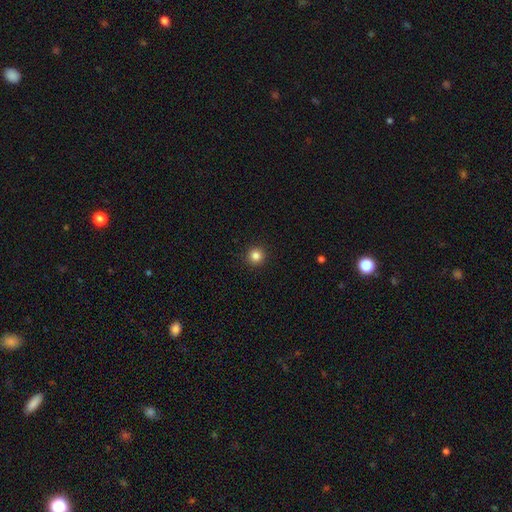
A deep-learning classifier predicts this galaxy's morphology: Smooth or featured? smooth (84%)
How rounded? round (95%)
Merging? none (93%)